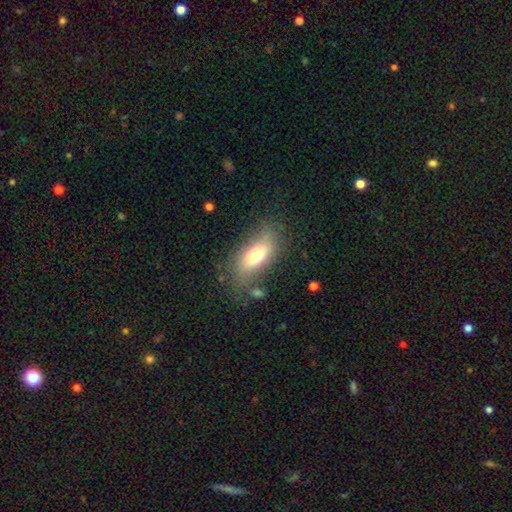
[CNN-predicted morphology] smooth 68%, featured or disk 23%, star or artifact 9%. Down the decision tree: how rounded — in between (82%); merging — none (70%).